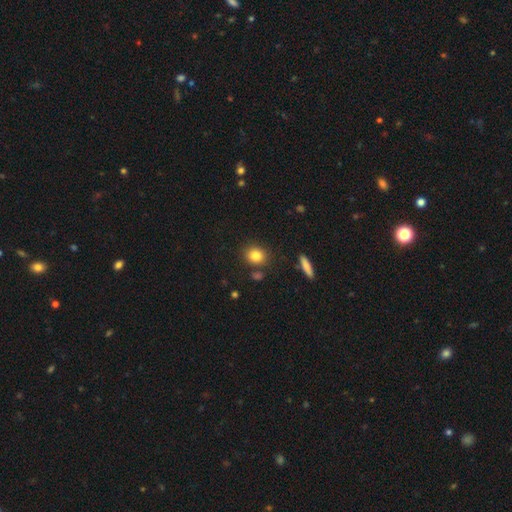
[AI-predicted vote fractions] smooth-or-featured: smooth: 84% | star or artifact: 10% | featured or disk: 6%
  how-rounded: round: 69% | in between: 29% | cigar-shaped: 2%
  merging: none: 81% | minor disturbance: 9% | merger: 6% | major disturbance: 3%